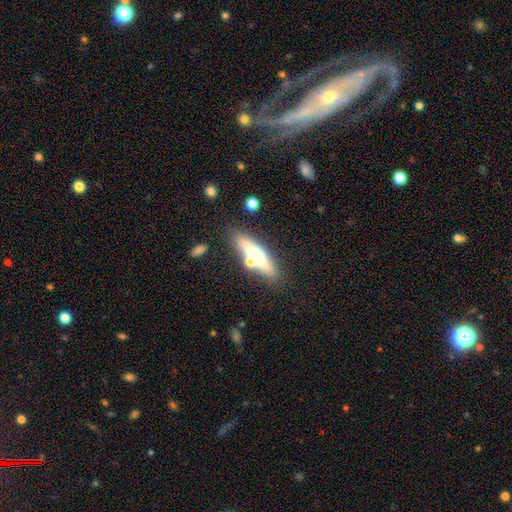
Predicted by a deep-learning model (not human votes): This appears to be a featured or disk galaxy (47%). Merging: none (73%).